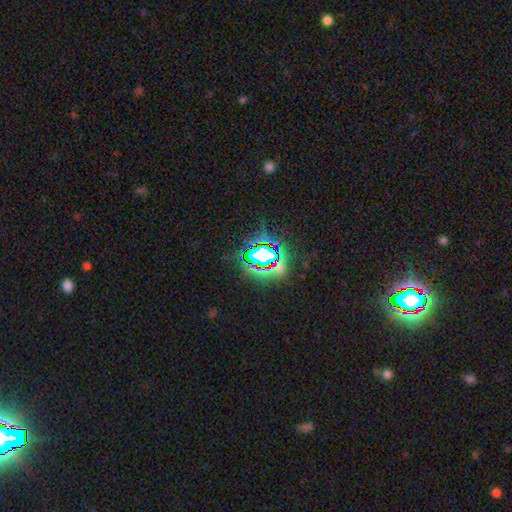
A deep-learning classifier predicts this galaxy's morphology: Smooth or featured: star or artifact — 70% (smooth — 18%)